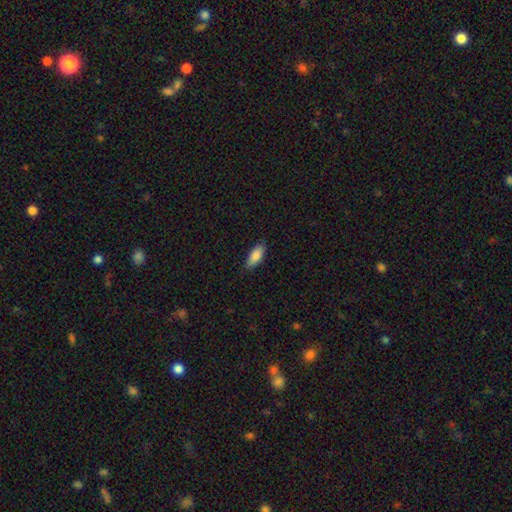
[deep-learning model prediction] Q: Smooth or featured?
A: smooth (86%); runner-up: featured or disk (8%)
Q: How rounded?
A: in between (78%); runner-up: cigar-shaped (21%)
Q: Merging?
A: none (85%); runner-up: minor disturbance (12%)